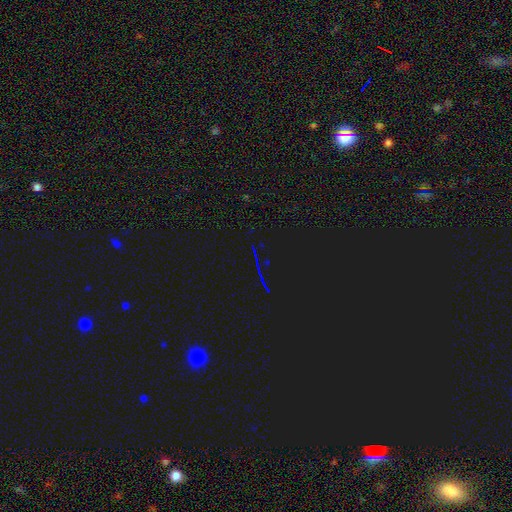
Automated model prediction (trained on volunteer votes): This appears to be a star or artifact, not a galaxy (82%).